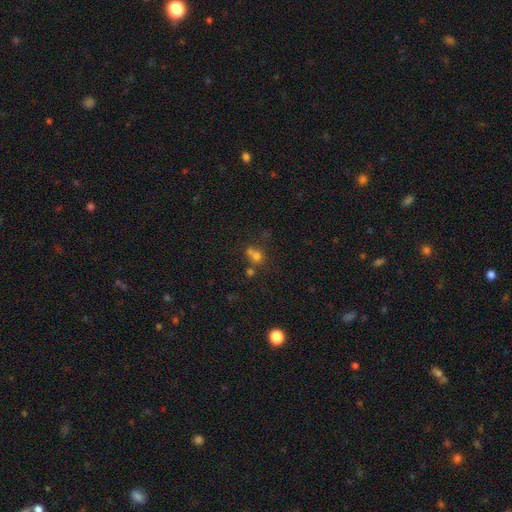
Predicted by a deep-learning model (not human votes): A smooth galaxy with no disk features (62%) that is round (82%). Merging: merger (44%, tied with none).